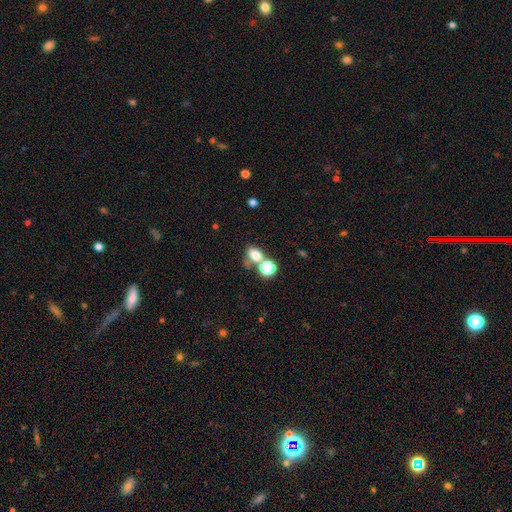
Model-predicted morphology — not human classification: This appears to be a smooth galaxy with no disk features (75%) that is in between round and cigar-shaped (64%). Merging: none (46%).